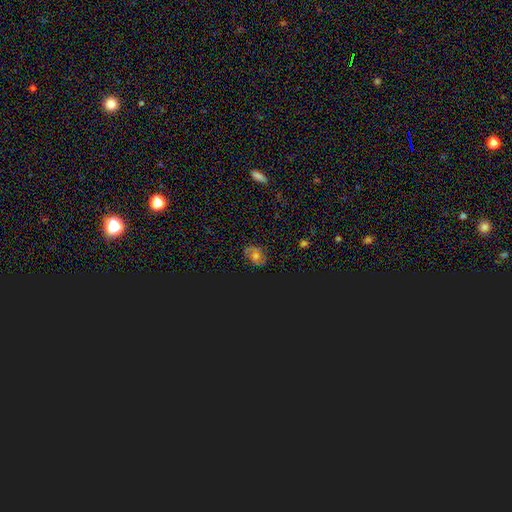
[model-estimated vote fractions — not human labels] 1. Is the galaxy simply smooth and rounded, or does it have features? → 42% star or artifact, 31% featured or disk, 28% smooth.